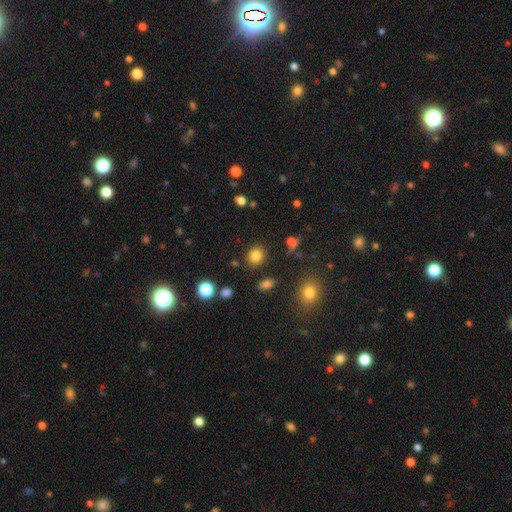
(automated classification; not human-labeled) This is clearly a smooth galaxy (82%). How rounded: likely round (64%). Merging: clearly none (86%).